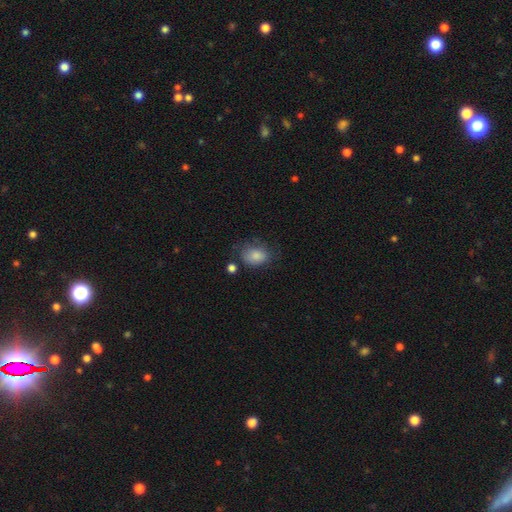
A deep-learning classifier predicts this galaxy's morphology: Smooth or featured?
  - smooth: 83% *
  - star or artifact: 8%
  - featured or disk: 8%
How rounded?
  - in between: 67% *
  - round: 32%
  - cigar-shaped: 1%
Merging?
  - none: 60% *
  - minor disturbance: 26%
  - major disturbance: 10%
  - merger: 5%